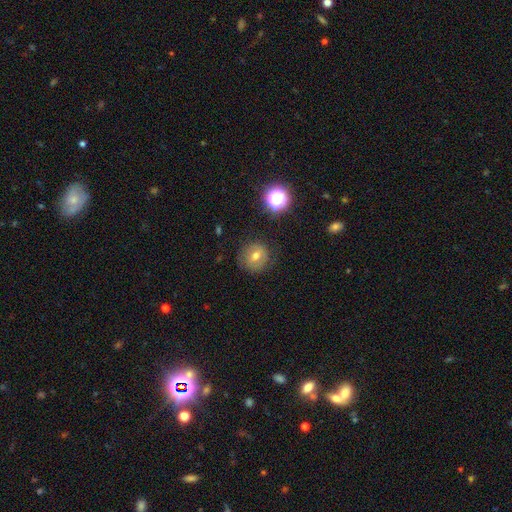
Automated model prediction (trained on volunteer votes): A smooth galaxy with no disk features (60%) that is round (86%).

Vote fractions:
- Smooth or featured? smooth: 60% / featured or disk: 26% / star or artifact: 14%
- How rounded? round: 86% / in between: 13% / cigar-shaped: 1%
- Merging? none: 81% / minor disturbance: 13% / major disturbance: 5% / merger: 1%